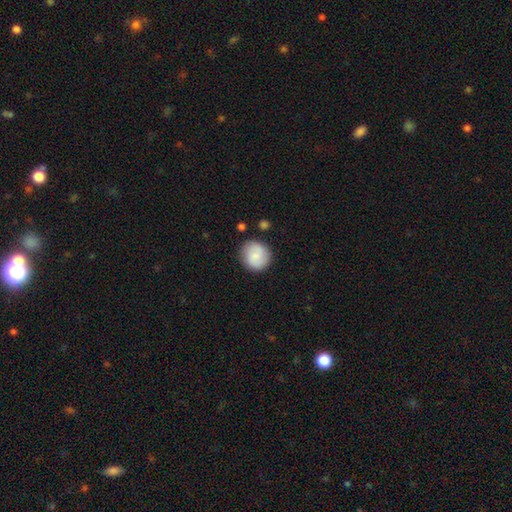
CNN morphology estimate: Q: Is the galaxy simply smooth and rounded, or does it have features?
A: smooth — 80%.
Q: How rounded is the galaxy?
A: round — 91%.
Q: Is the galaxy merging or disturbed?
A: none — 84%.